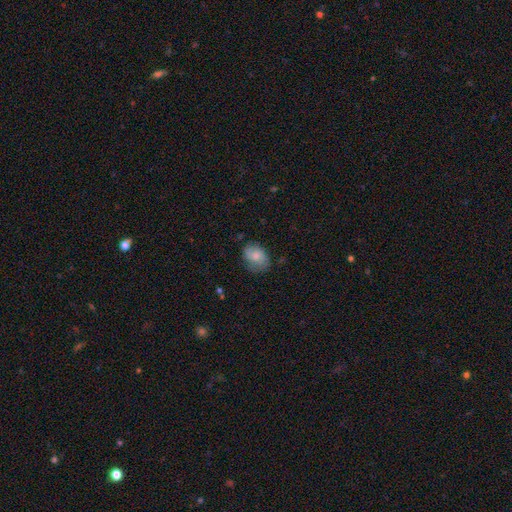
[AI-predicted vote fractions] This is likely a smooth galaxy (61%). How rounded: likely in between (75%). Merging: likely none (63%).